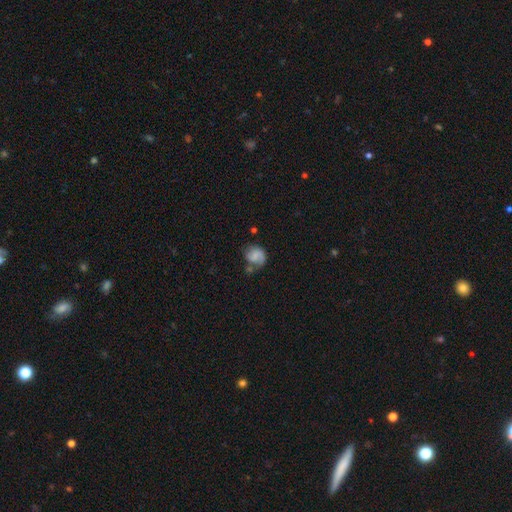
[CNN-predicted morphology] Smooth or featured?
  - featured or disk: 48% *
  - smooth: 42%
  - star or artifact: 10%
Merging?
  - none: 43% *
  - minor disturbance: 25%
  - major disturbance: 21%
  - merger: 12%